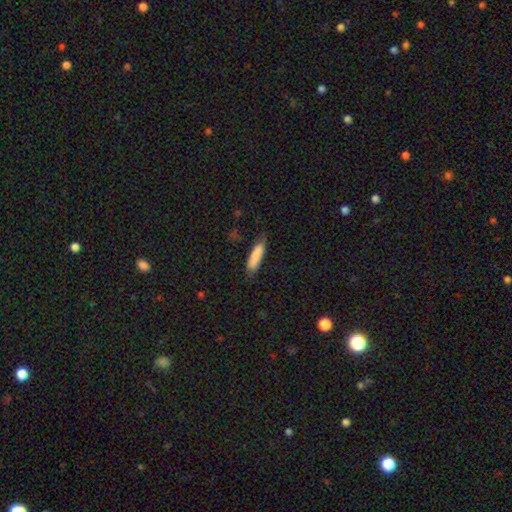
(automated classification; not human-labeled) This appears to be a smooth galaxy with no disk features (85%) that is cigar-shaped (66%). Merging: none (75%).